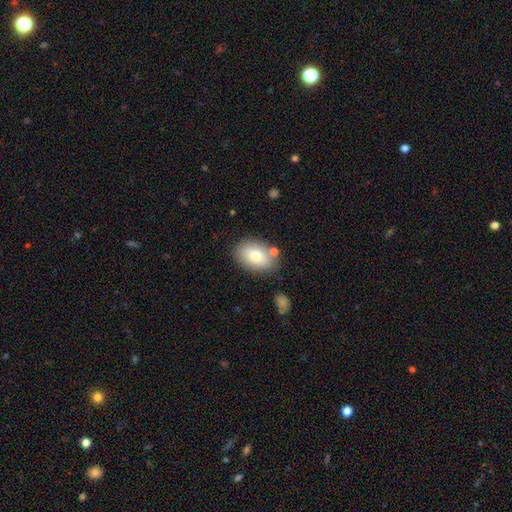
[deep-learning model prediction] This appears to be a smooth galaxy with no disk features (78%) that is in between round and cigar-shaped (87%). Merging: none (78%).